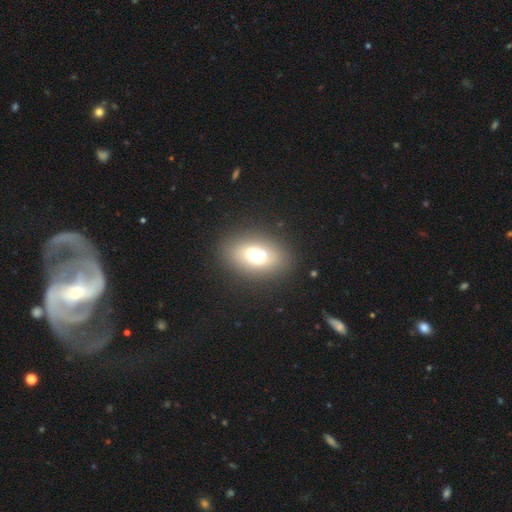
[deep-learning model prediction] Smooth or featured? Predicted: smooth (p=0.60). How rounded? Predicted: in between (p=0.68). Merging? Predicted: none (p=0.78).